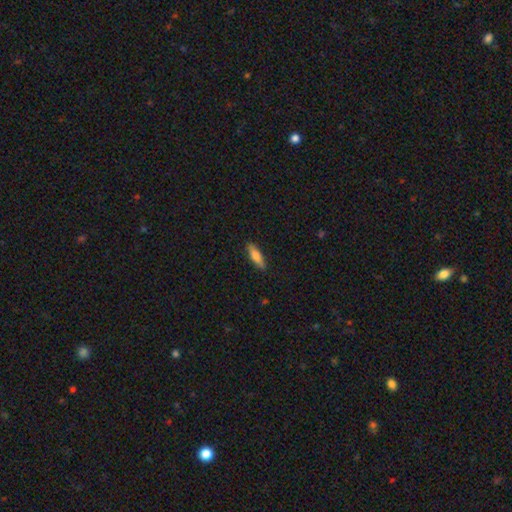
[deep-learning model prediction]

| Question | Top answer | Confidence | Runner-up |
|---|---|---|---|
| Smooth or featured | smooth | 73% | featured or disk (21%) |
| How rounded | cigar-shaped | 58% | in between (40%) |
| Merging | none | 88% | minor disturbance (9%) |